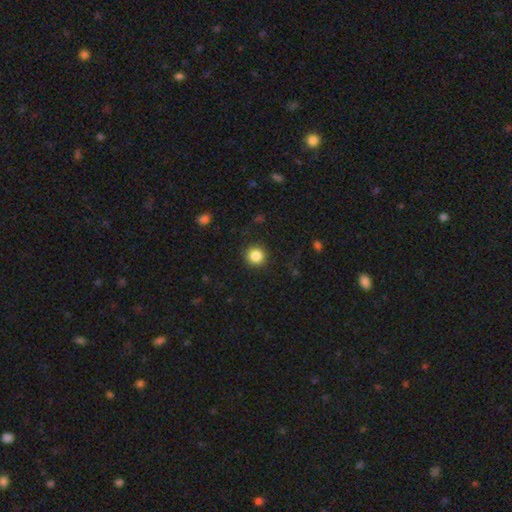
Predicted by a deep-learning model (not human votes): Smooth or featured: smooth — 85% (star or artifact — 11%)
How rounded: round — 94% (in between — 5%)
Merging: none — 91% (minor disturbance — 6%)